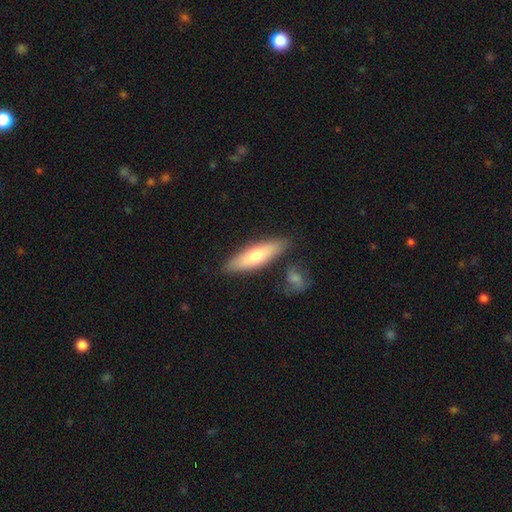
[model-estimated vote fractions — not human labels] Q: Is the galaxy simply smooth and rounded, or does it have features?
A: smooth — 65%.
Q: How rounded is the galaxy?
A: cigar-shaped — 61%.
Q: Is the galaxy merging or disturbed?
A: none — 82%.